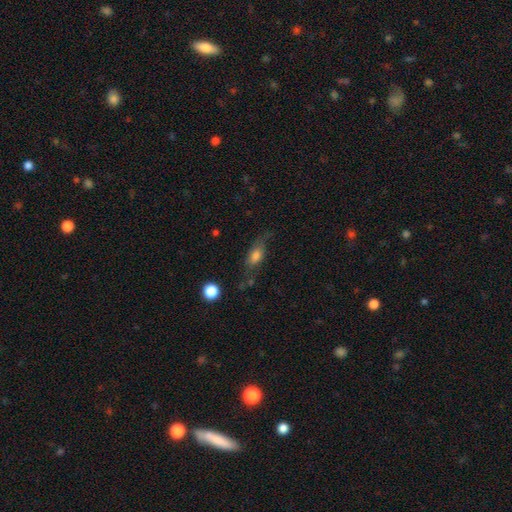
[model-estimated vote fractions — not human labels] Morphology: type=smooth (67%); roundness=in between (74%); merging=none (54%).